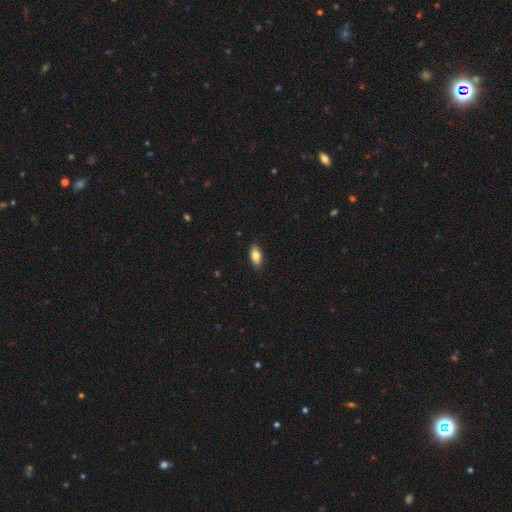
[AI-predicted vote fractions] Smooth or featured? Predicted: smooth (p=0.79). How rounded? Predicted: in between (p=0.85). Merging? Predicted: none (p=0.87).